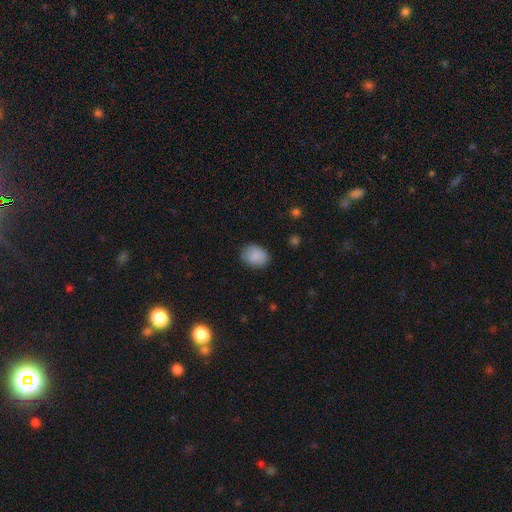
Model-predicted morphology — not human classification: Smooth or featured: smooth — 88% (star or artifact — 8%)
How rounded: in between — 60% (round — 39%)
Merging: none — 82% (minor disturbance — 14%)